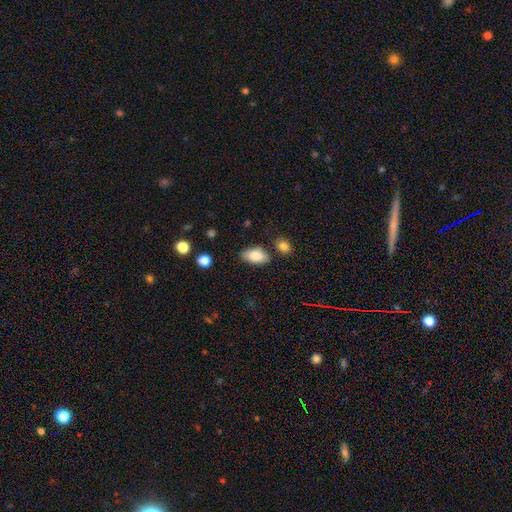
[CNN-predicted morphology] Smooth or featured? Predicted: smooth (p=0.84). How rounded? Predicted: in between (p=0.92). Merging? Predicted: none (p=0.77).